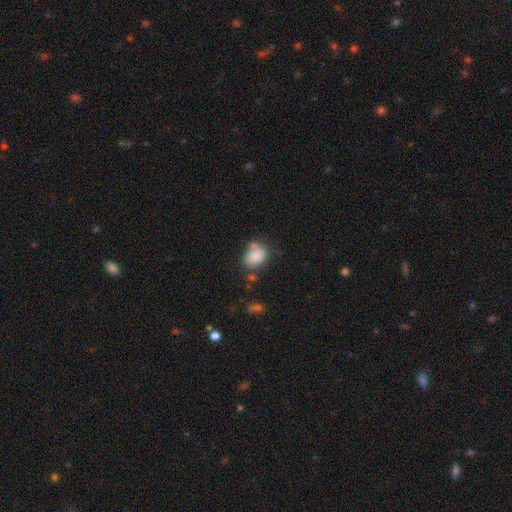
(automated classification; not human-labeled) This appears to be a smooth galaxy with no disk features (84%) that is in between round and cigar-shaped (76%). Merging: none (56%).